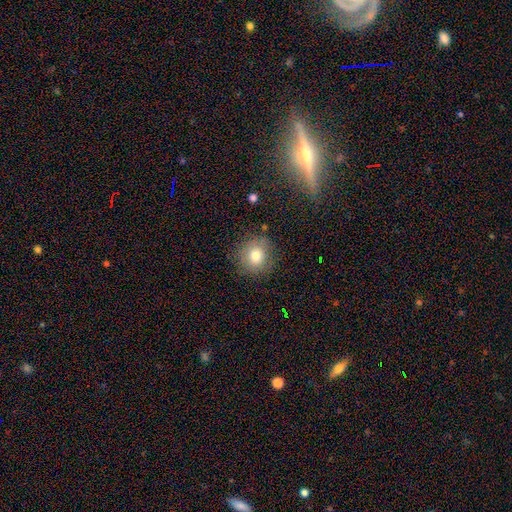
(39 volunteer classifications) smooth 92%, star or artifact 5%, featured or disk 3%. Down the decision tree: how rounded — round (97%); merging — none (89%).